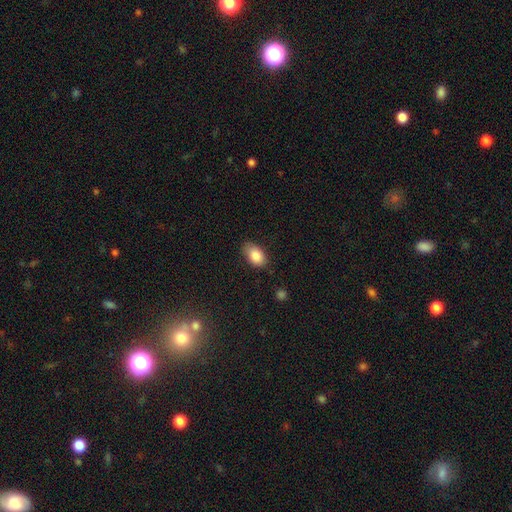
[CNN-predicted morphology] Smooth or featured?
  - smooth: 85% *
  - star or artifact: 7%
  - featured or disk: 7%
How rounded?
  - in between: 91% *
  - round: 8%
  - cigar-shaped: 2%
Merging?
  - none: 74% *
  - minor disturbance: 21%
  - major disturbance: 4%
  - merger: 1%